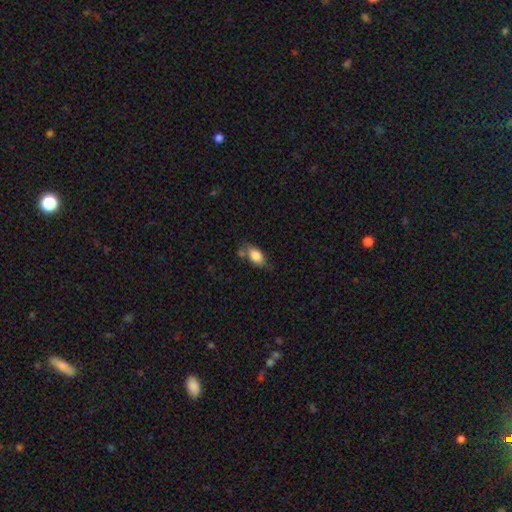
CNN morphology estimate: Smooth or featured? smooth (81%)
How rounded? in between (87%)
Merging? none (56%)